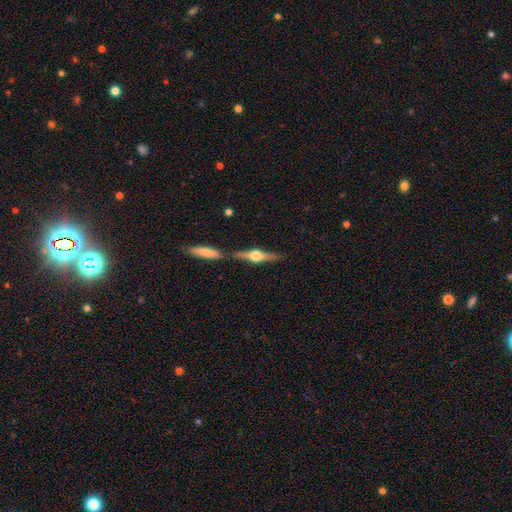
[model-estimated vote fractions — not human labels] Overall: featured or disk (73%). Edge-on disk: yes (97%). Edge-on bulge: rounded (94%). Merging: none (68%).